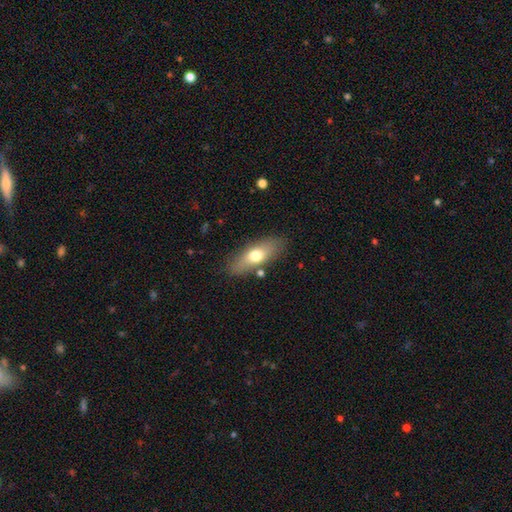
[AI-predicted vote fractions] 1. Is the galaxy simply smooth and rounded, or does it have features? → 66% smooth, 28% featured or disk, 7% star or artifact.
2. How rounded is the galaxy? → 68% in between, 28% cigar-shaped, 4% round.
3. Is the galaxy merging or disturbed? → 80% none, 12% minor disturbance, 4% merger, 3% major disturbance.